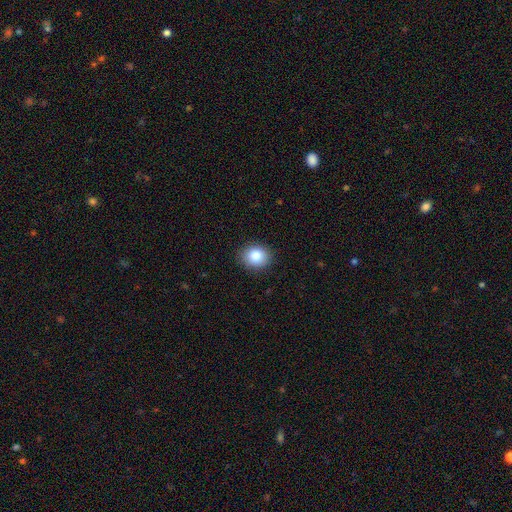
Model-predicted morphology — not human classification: The model was most divided on "how rounded": round: 68%, in between: 31%, cigar-shaped: 1%. More confident: merging — none (89%); smooth or featured — smooth (86%).